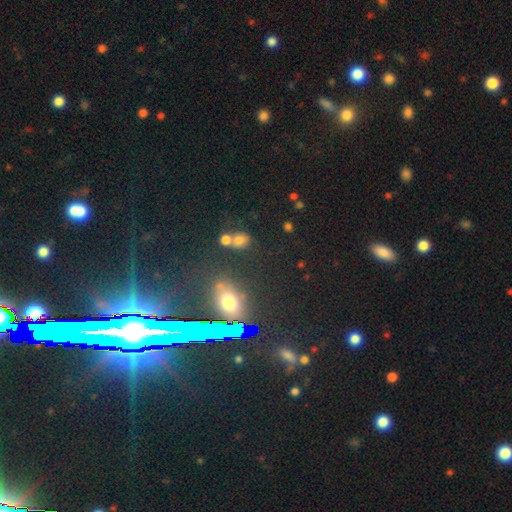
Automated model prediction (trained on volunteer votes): Smooth or featured? star or artifact (67%)